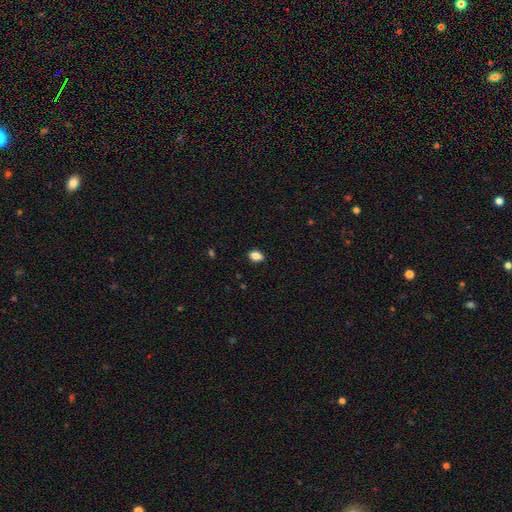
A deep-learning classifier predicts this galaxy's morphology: Smooth or featured?
  - smooth: 85% *
  - star or artifact: 9%
  - featured or disk: 6%
How rounded?
  - in between: 81% *
  - round: 17%
  - cigar-shaped: 2%
Merging?
  - none: 86% *
  - minor disturbance: 11%
  - major disturbance: 2%
  - merger: 1%